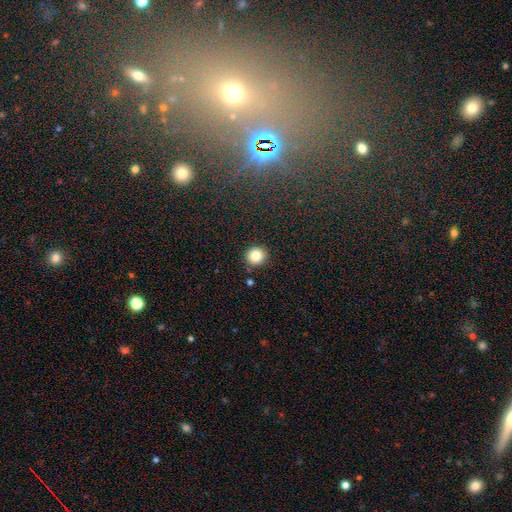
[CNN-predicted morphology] Overall: smooth (83%). How rounded: round (90%). Merging: none (90%).